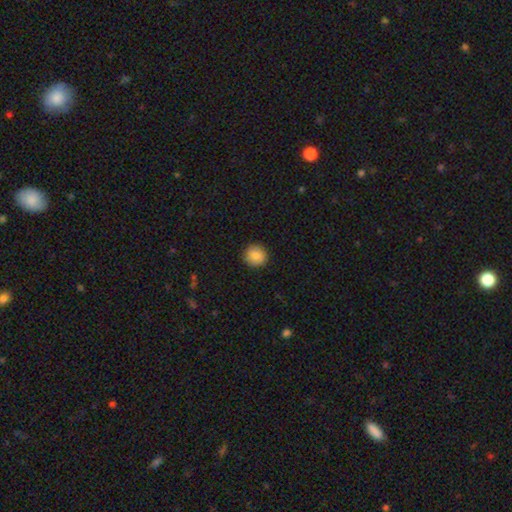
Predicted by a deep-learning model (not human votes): Morphology: type=smooth (86%); roundness=round (94%); merging=none (91%).